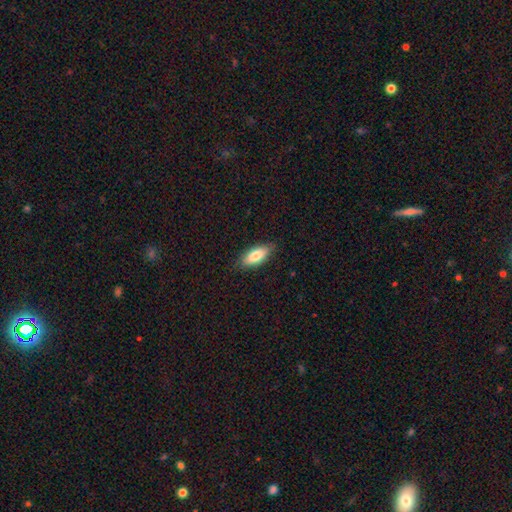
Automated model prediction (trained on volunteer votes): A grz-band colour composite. It shows a smooth galaxy with no disk features (79%) that is in between round and cigar-shaped (81%). Merging: none (84%).